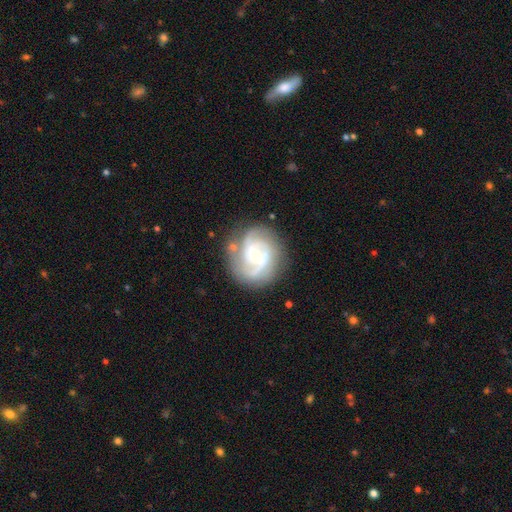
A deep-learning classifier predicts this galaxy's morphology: type=featured or disk (83%); edge-on=no (98%); bar=no (57%); spiral arms=yes (94%); winding=tight (51%); arm count=2 (44%); bulge=small (65%); merging=none (73%).